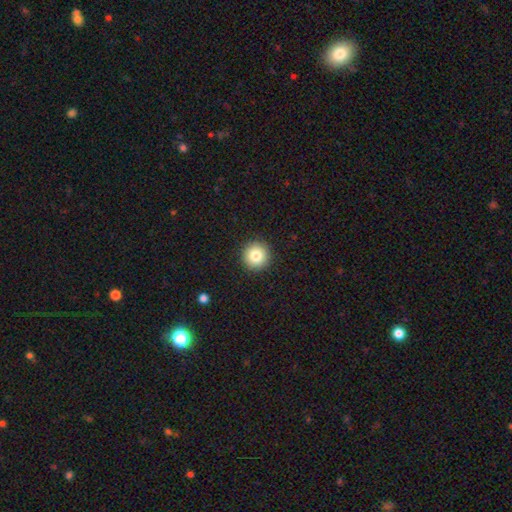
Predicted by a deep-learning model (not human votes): smooth_or_featured: smooth (p=0.81) [alt: star or artifact p=0.10]
how_rounded: round (p=0.96) [alt: in between p=0.03]
merging: none (p=0.92) [alt: minor disturbance p=0.05]